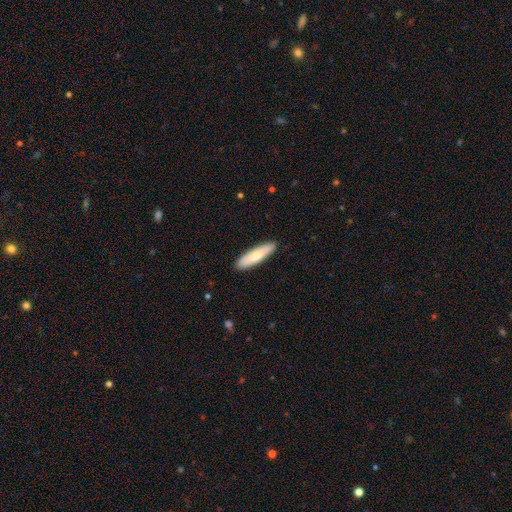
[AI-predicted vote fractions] This appears to be a smooth galaxy with no disk features (73%) that is cigar-shaped (72%). Merging: none (90%).